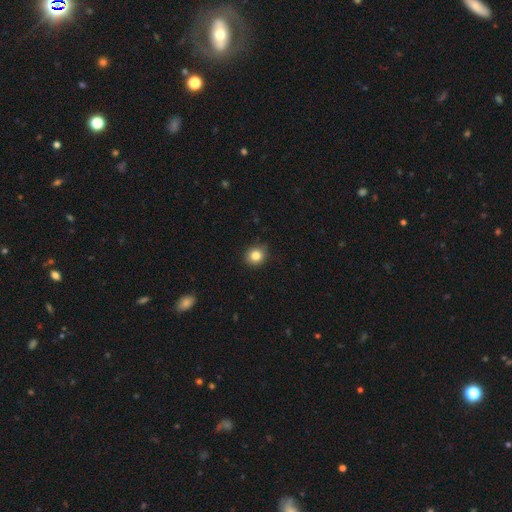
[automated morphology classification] smooth-or-featured: smooth: 84% | star or artifact: 10% | featured or disk: 6%
  how-rounded: round: 84% | in between: 15% | cigar-shaped: 1%
  merging: none: 88% | minor disturbance: 9% | major disturbance: 2% | merger: 1%